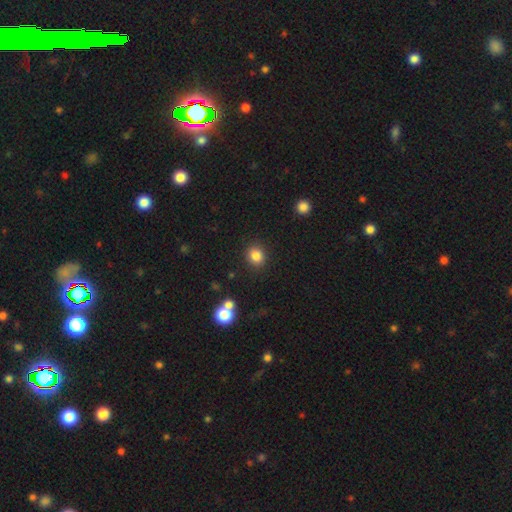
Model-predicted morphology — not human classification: Smooth or featured? Predicted: smooth (p=0.84). How rounded? Predicted: round (p=0.80). Merging? Predicted: none (p=0.88).